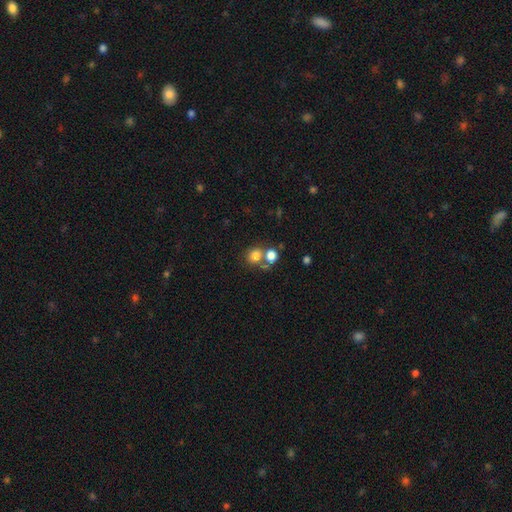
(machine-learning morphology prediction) smooth 78%, star or artifact 12%, featured or disk 10%. Down the decision tree: how rounded — round (74%); merging — none (45%).